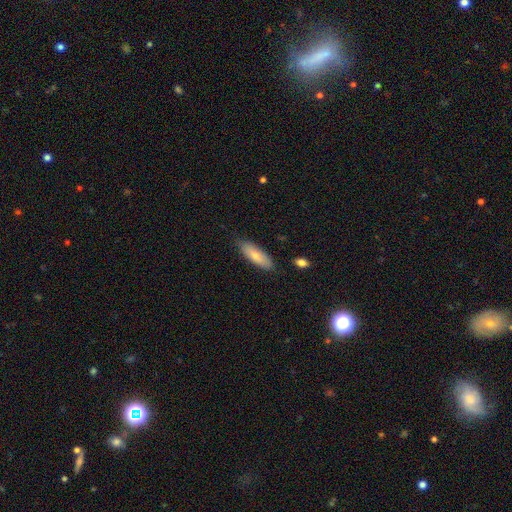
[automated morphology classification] smooth_or_featured: smooth (p=0.76) [alt: featured or disk p=0.18]
how_rounded: in between (p=0.61) [alt: cigar-shaped p=0.37]
merging: none (p=0.81) [alt: minor disturbance p=0.14]